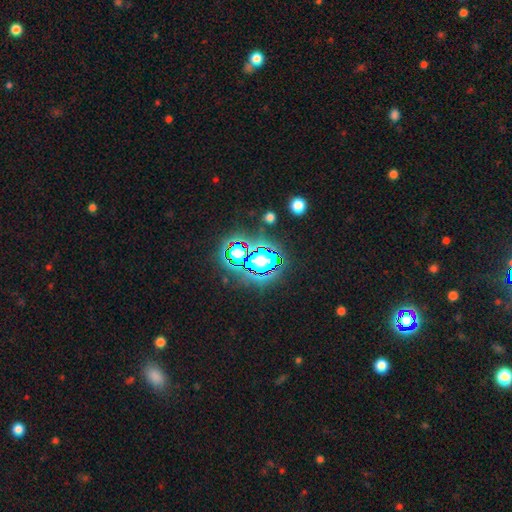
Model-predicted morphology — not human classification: The model was most divided on "smooth or featured": star or artifact: 76%, smooth: 13%, featured or disk: 11%.